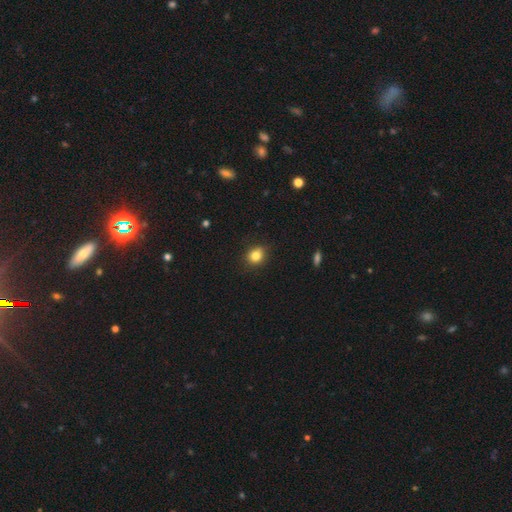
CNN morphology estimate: This is clearly a smooth galaxy (82%). How rounded: likely round (67%). Merging: clearly none (83%).